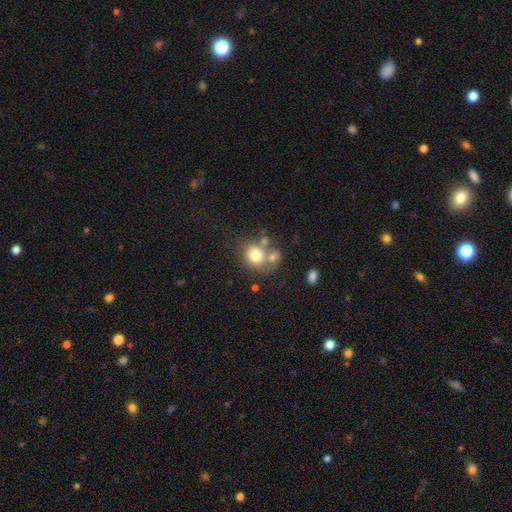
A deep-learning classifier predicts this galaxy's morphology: Smooth or featured? smooth (74%)
How rounded? round (67%)
Merging? none (45%)